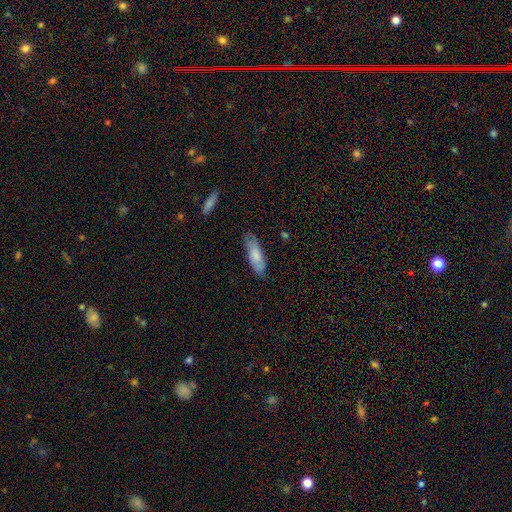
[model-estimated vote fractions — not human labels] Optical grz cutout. It shows a smooth galaxy with no disk features (76%) that is in between round and cigar-shaped (56%). Merging: none (73%).